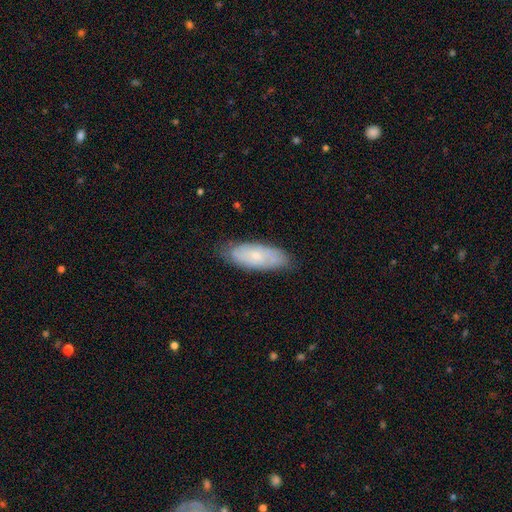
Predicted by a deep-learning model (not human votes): smooth 51%, featured or disk 42%, star or artifact 7%. Down the decision tree: how rounded — in between (75%); merging — none (79%).